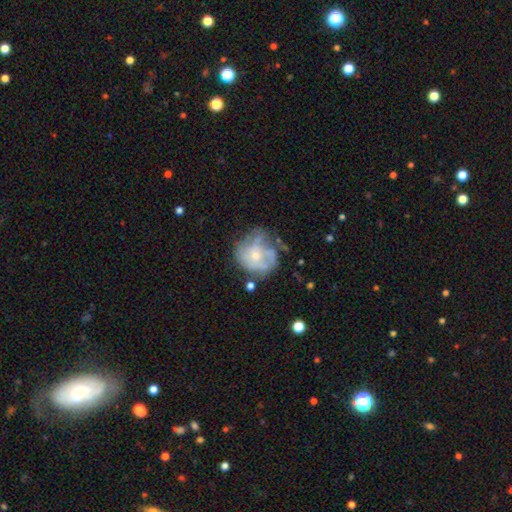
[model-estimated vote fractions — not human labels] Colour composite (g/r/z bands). It shows a featured or disk galaxy (60%) with no bar (83%), spiral arms (53%) and a small central bulge (60%). Merging: none (45%).